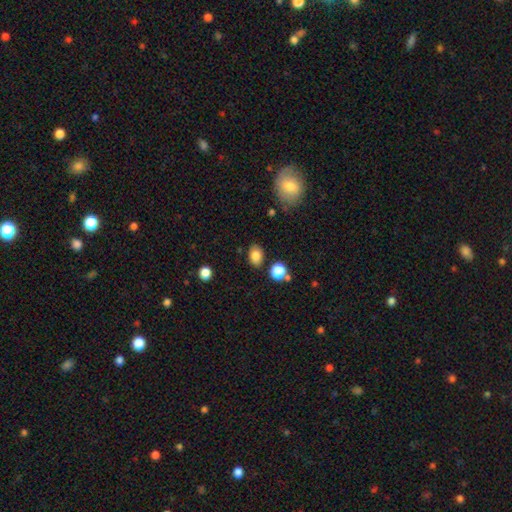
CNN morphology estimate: A smooth galaxy with no disk features (84%) that is in between round and cigar-shaped (70%). Merging: none (81%).